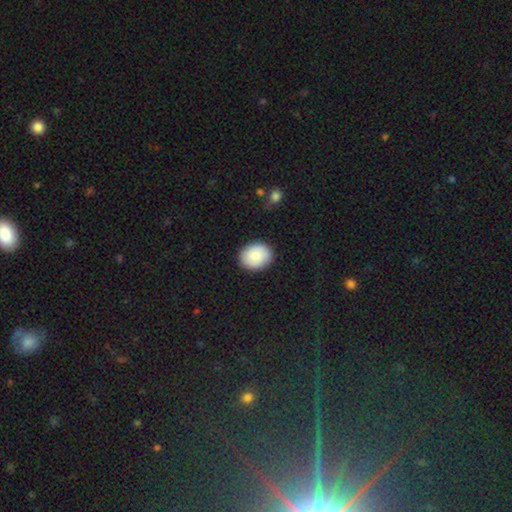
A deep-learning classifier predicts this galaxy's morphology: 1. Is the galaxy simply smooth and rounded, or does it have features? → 79% smooth, 14% featured or disk, 7% star or artifact.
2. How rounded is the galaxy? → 51% round, 48% in between, 1% cigar-shaped.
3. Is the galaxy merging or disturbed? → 86% none, 10% minor disturbance, 2% major disturbance, 1% merger.